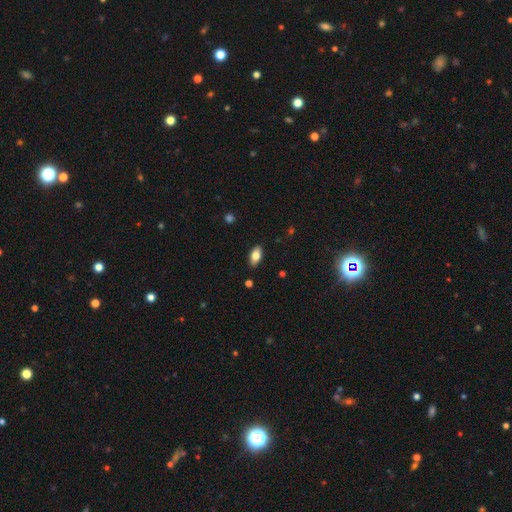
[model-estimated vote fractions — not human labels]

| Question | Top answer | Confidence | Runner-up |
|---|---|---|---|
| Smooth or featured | smooth | 79% | featured or disk (14%) |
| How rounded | in between | 90% | cigar-shaped (6%) |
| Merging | none | 87% | minor disturbance (10%) |